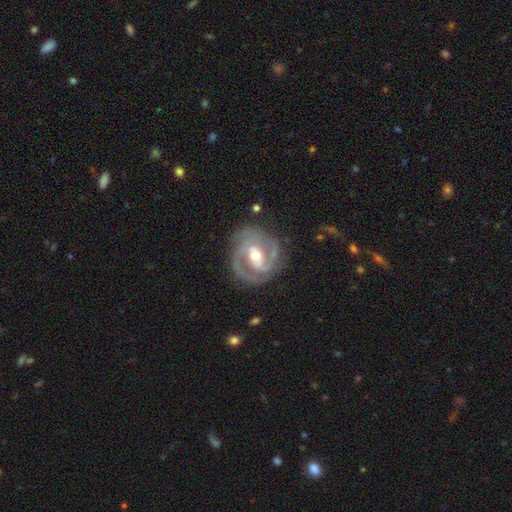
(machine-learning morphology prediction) Q: Smooth or featured?
A: featured or disk (90%); runner-up: smooth (5%)
Q: Edge-on disk?
A: no (97%); runner-up: yes (3%)
Q: Bar?
A: weak (41%); runner-up: strong (39%)
Q: Spiral arms?
A: yes (97%); runner-up: no (3%)
Q: Spiral winding?
A: tight (54%); runner-up: medium (40%)
Q: Spiral arm count?
A: 2 (69%); runner-up: 3 (17%)
Q: Bulge size?
A: moderate (61%); runner-up: small (34%)
Q: Merging?
A: none (78%); runner-up: minor disturbance (15%)